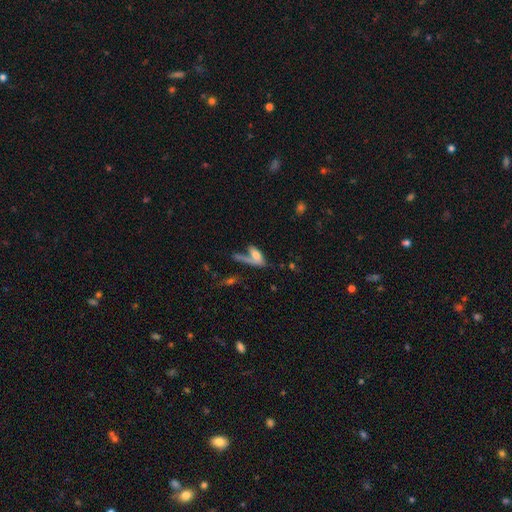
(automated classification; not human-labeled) This appears to be a smooth galaxy with no disk features (62%) that is in between round and cigar-shaped (68%). Merging: none (36%).